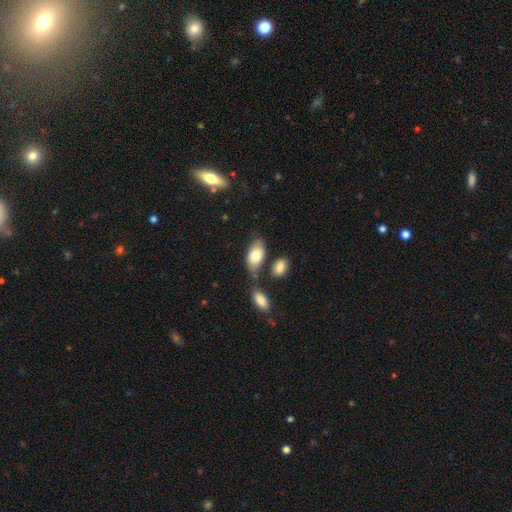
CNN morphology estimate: Overall: smooth (81%). How rounded: in between (93%). Merging: none (62%).